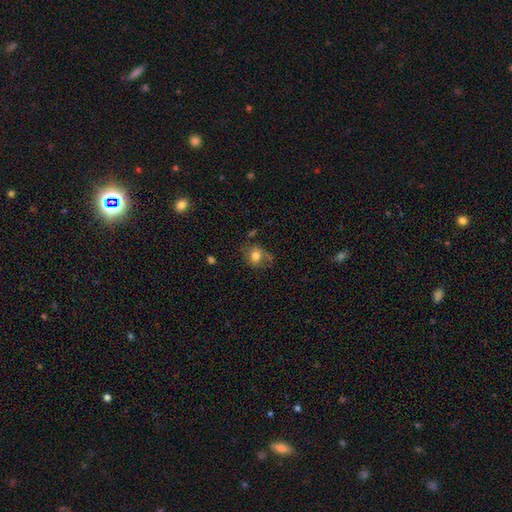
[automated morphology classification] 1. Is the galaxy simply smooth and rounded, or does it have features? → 73% smooth, 17% featured or disk, 10% star or artifact.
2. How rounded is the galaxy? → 59% round, 40% in between, 1% cigar-shaped.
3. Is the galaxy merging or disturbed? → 54% none, 28% minor disturbance, 14% major disturbance, 4% merger.